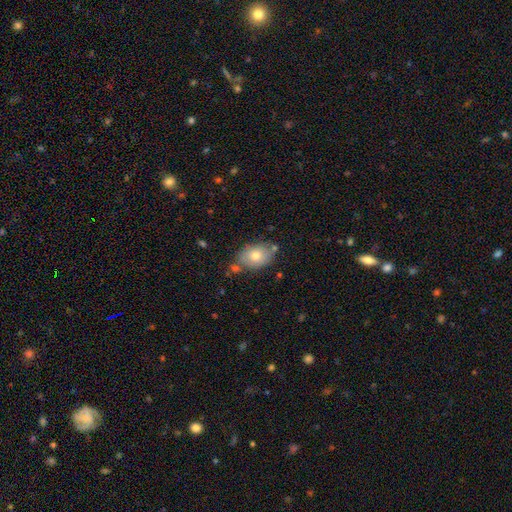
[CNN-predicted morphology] Overall: smooth (74%). How rounded: in between (77%). Merging: none (70%).